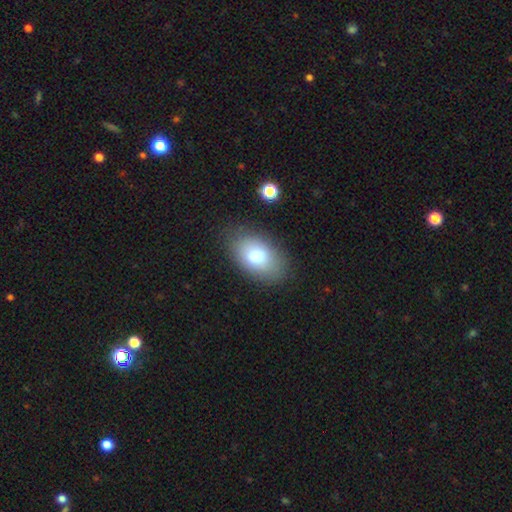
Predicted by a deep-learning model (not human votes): Q: Smooth or featured?
A: smooth (80%); runner-up: featured or disk (12%)
Q: How rounded?
A: in between (91%); runner-up: round (8%)
Q: Merging?
A: none (81%); runner-up: minor disturbance (13%)